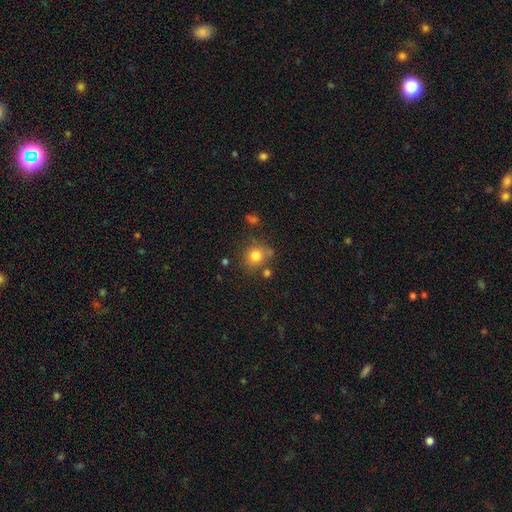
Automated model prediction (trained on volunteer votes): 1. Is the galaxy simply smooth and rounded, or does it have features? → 79% smooth, 12% star or artifact, 9% featured or disk.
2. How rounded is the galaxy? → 82% round, 17% in between, 1% cigar-shaped.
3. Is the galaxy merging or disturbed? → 71% none, 15% minor disturbance, 10% merger, 5% major disturbance.